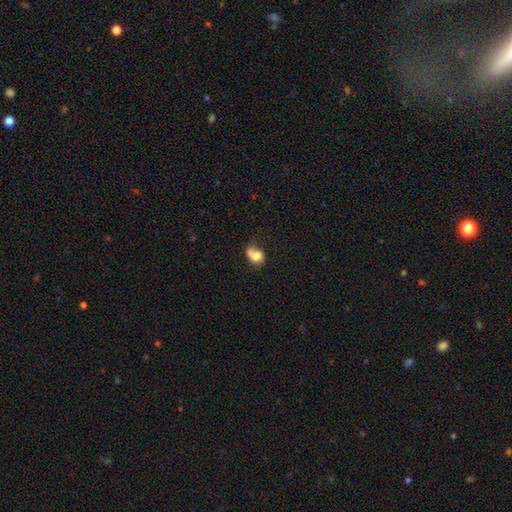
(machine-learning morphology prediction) smooth-or-featured: smooth: 69% | featured or disk: 22% | star or artifact: 10%
  how-rounded: round: 52% | in between: 47% | cigar-shaped: 1%
  merging: merger: 40% | none: 27% | minor disturbance: 17% | major disturbance: 16%